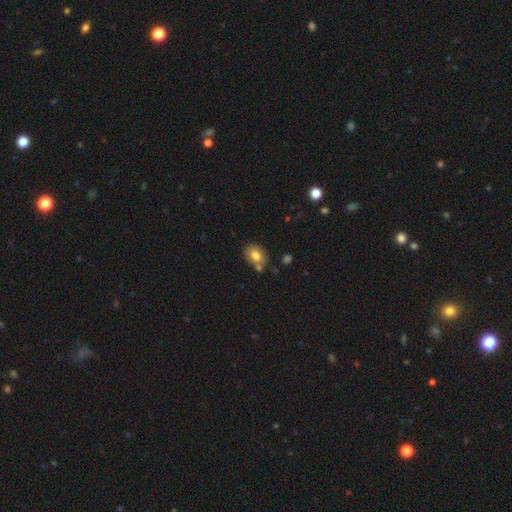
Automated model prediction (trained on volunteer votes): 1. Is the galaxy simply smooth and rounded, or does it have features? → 78% smooth, 13% featured or disk, 9% star or artifact.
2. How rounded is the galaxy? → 65% in between, 34% round, 1% cigar-shaped.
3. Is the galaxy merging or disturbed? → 66% none, 16% minor disturbance, 14% merger, 4% major disturbance.